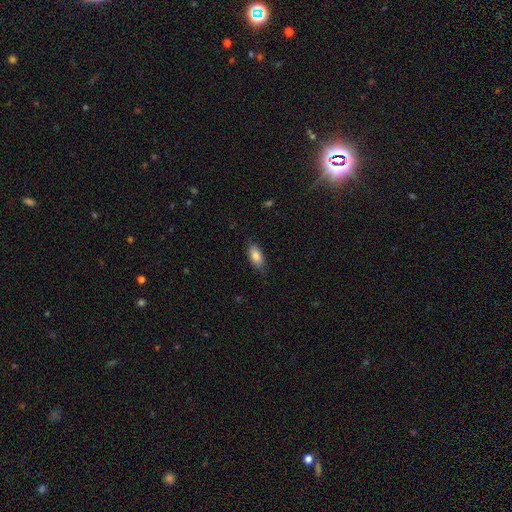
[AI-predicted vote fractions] This is clearly a smooth galaxy (85%). How rounded: clearly in between (88%). Merging: clearly none (81%).